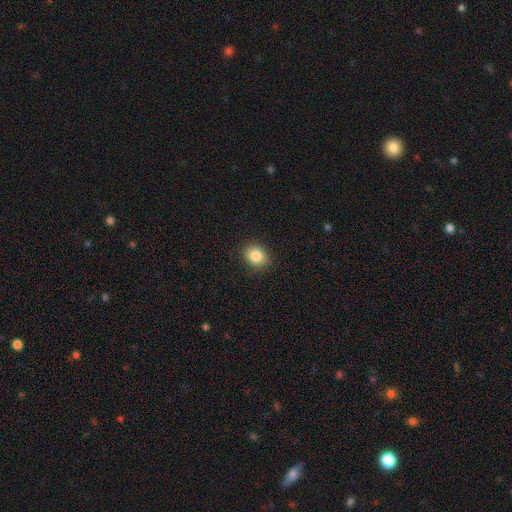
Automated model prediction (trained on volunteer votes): This is clearly a smooth galaxy (85%). How rounded: likely round (60%). Merging: clearly none (88%).